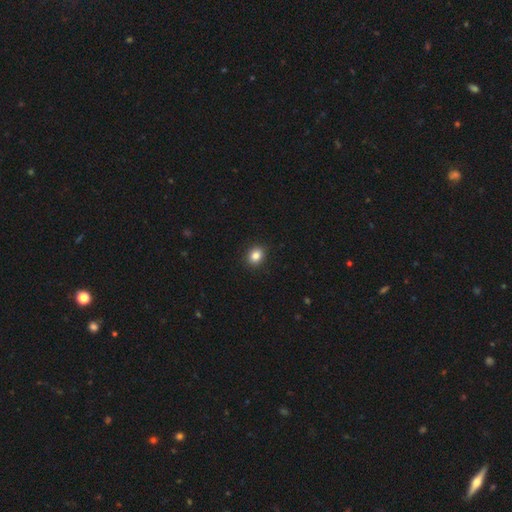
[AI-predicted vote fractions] Q: Smooth or featured?
A: smooth (84%); runner-up: star or artifact (10%)
Q: How rounded?
A: round (58%); runner-up: in between (41%)
Q: Merging?
A: none (91%); runner-up: minor disturbance (6%)